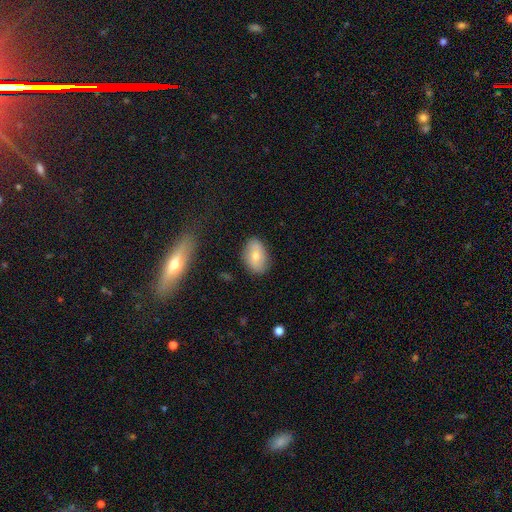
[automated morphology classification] A smooth galaxy with no disk features (72%) that is in between round and cigar-shaped (86%). Merging: none (83%).